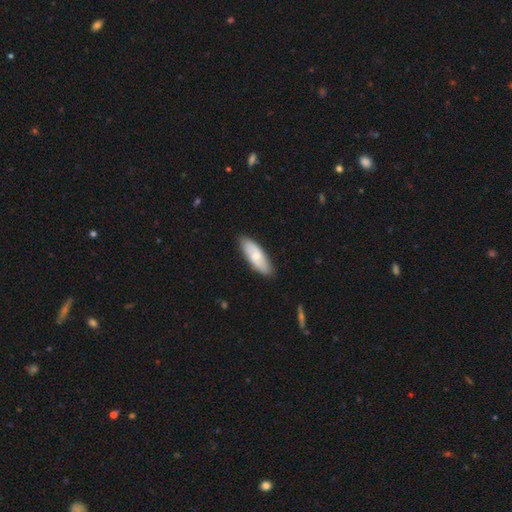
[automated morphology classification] This appears to be a smooth galaxy with no disk features (69%) that is in between round and cigar-shaped (65%). Merging: none (86%).